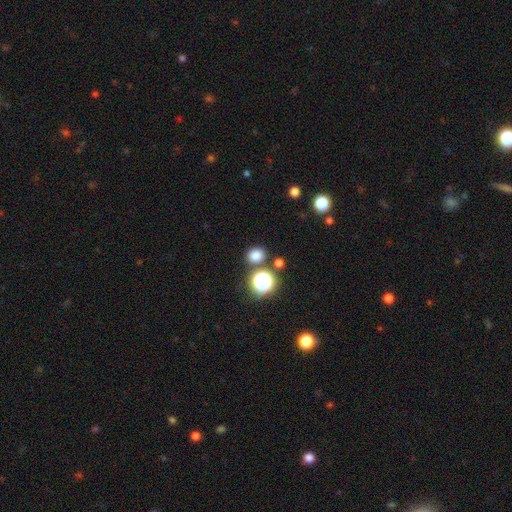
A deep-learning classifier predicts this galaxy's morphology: This is likely a smooth galaxy (77%). How rounded: likely round (71%). Merging: likely none (79%).